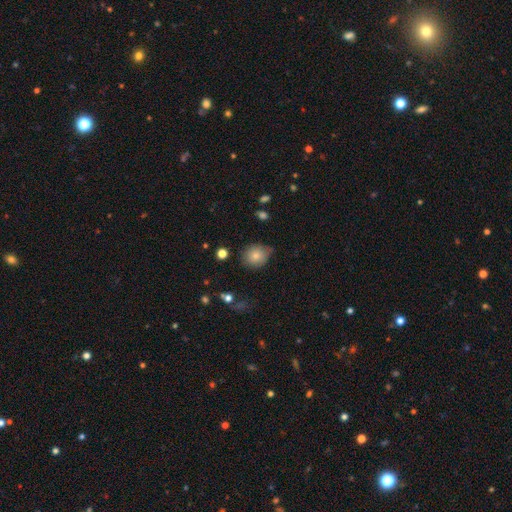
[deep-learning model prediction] This appears to be a smooth galaxy with no disk features (81%) that is round (64%). Merging: none (69%).